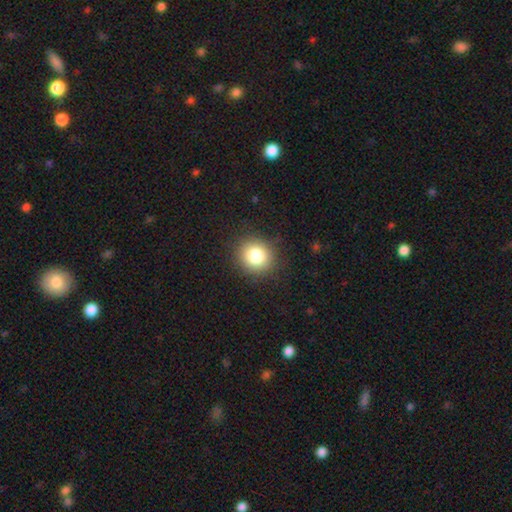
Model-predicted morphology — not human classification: The model was most divided on "smooth or featured": smooth: 82%, star or artifact: 11%, featured or disk: 7%. More confident: merging — none (89%); how rounded — round (88%).